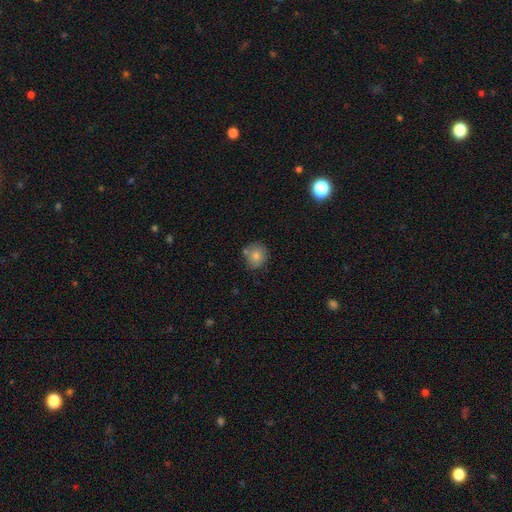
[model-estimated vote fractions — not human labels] Overall: smooth (78%). How rounded: round (85%). Merging: none (70%).